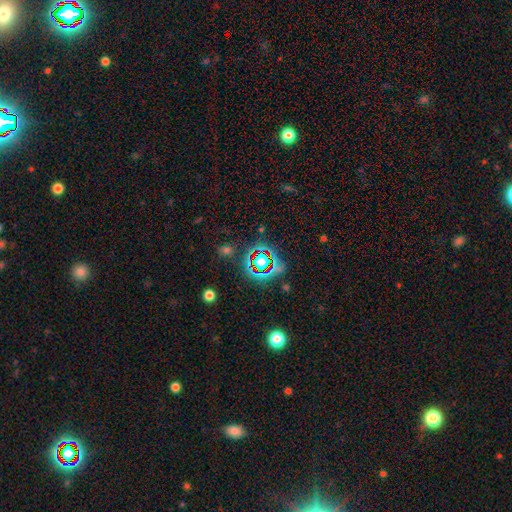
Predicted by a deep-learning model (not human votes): Overall: star or artifact (67%).